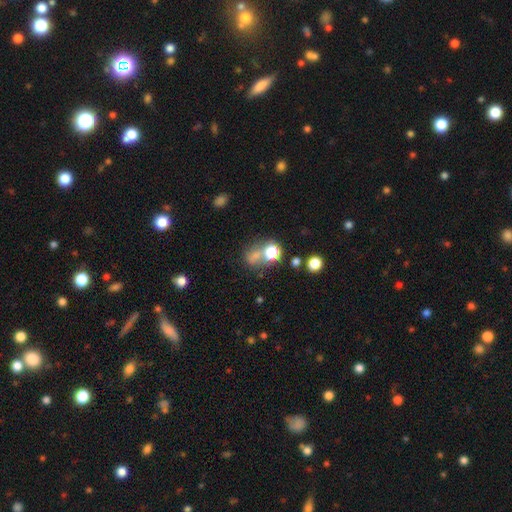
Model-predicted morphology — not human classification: Smooth or featured? smooth (59%)
How rounded? round (66%)
Merging? none (41%)